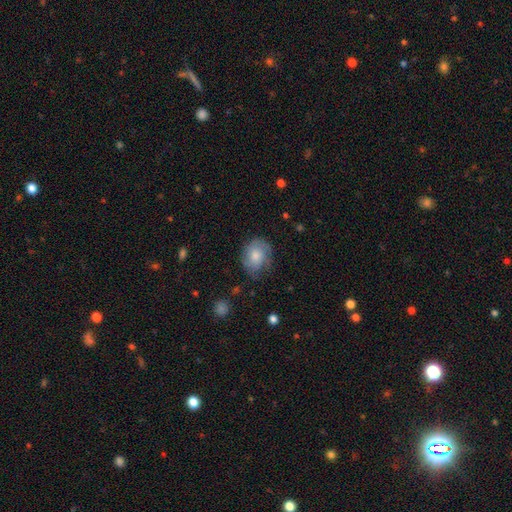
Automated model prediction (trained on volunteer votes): A smooth galaxy with no disk features (63%) that is round (56%). Merging: none (63%).